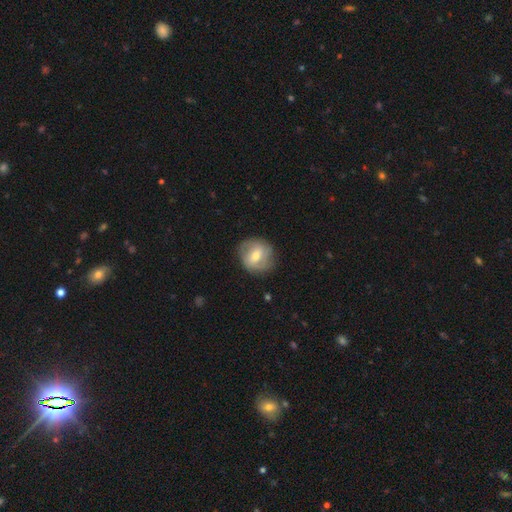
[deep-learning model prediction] Morphology: type=smooth (47%); merging=none (78%).